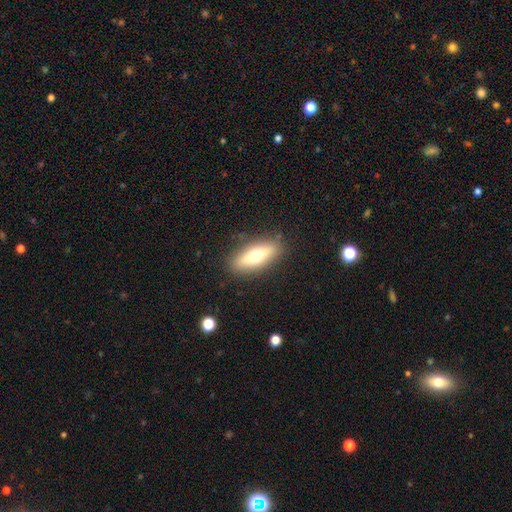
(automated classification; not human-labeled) A smooth galaxy with no disk features (60%) that is in between round and cigar-shaped (59%). Merging: none (86%).